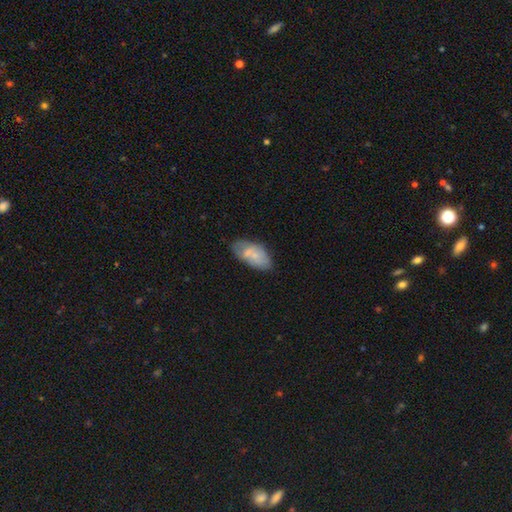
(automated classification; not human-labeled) smooth_or_featured: smooth (p=0.63) [alt: featured or disk p=0.30]
how_rounded: in between (p=0.93) [alt: round p=0.03]
merging: none (p=0.50) [alt: minor disturbance p=0.26]